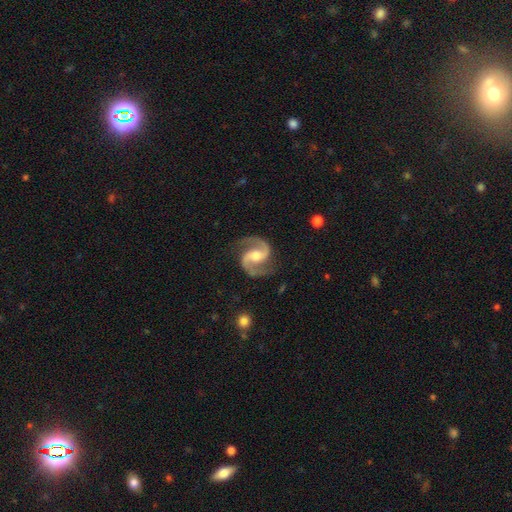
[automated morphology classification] type=featured or disk (94%); edge-on=no (98%); bar=weak (43%); spiral arms=yes (99%); winding=medium (67%); arm count=2 (95%); bulge=moderate (65%); merging=none (85%).